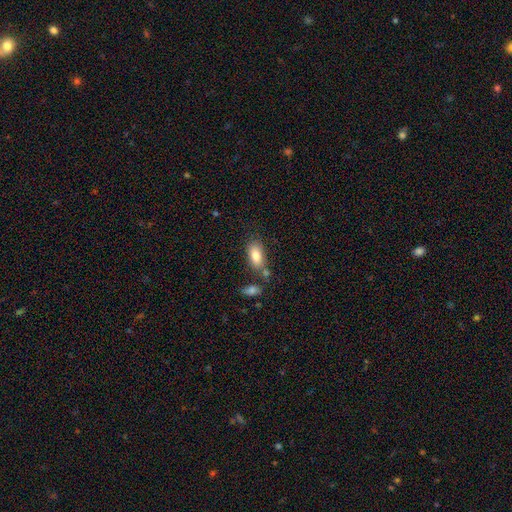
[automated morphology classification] smooth_or_featured: smooth (p=0.82) [alt: featured or disk p=0.11]
how_rounded: in between (p=0.90) [alt: cigar-shaped p=0.06]
merging: none (p=0.64) [alt: minor disturbance p=0.16]